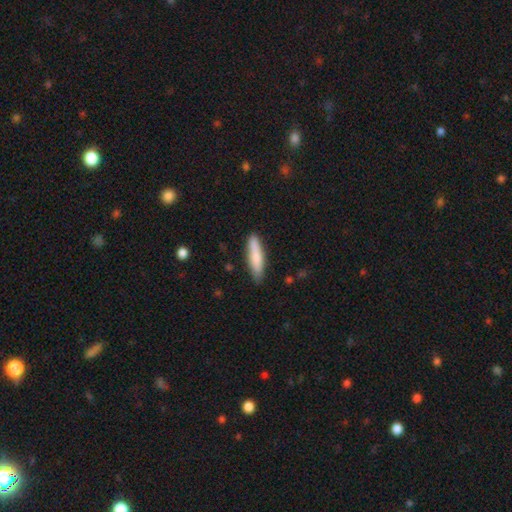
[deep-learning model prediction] This appears to be a smooth galaxy with no disk features (79%) that is cigar-shaped (79%). Merging: none (82%).